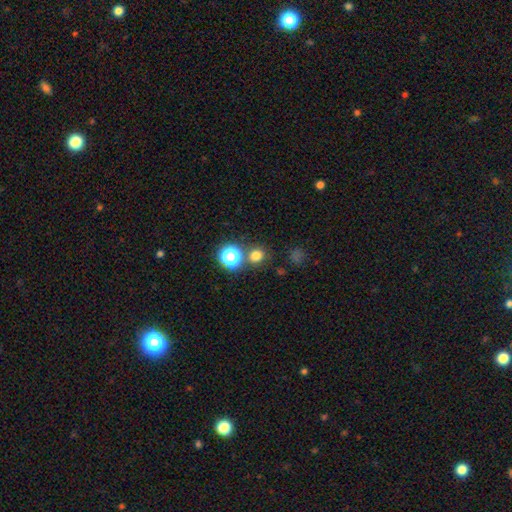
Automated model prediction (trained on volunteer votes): A smooth galaxy with no disk features (72%) that is round (86%). Merging: none (73%).